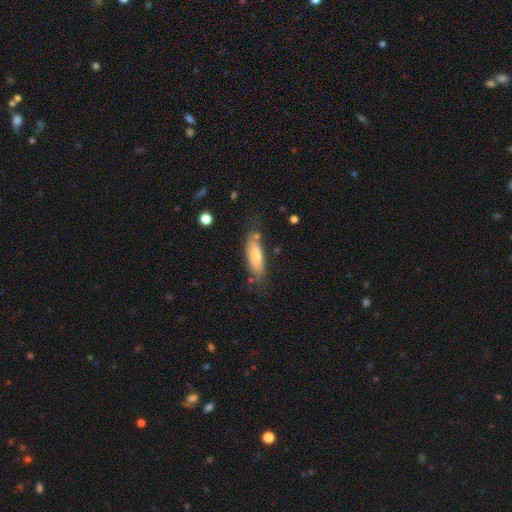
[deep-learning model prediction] A smooth galaxy with no disk features (63%) that is in between round and cigar-shaped (54%). Merging: none (66%).